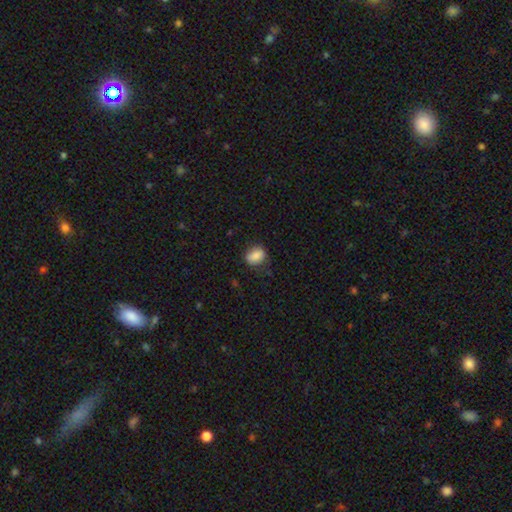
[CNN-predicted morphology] Smooth or featured? smooth (84%)
How rounded? in between (66%)
Merging? none (72%)